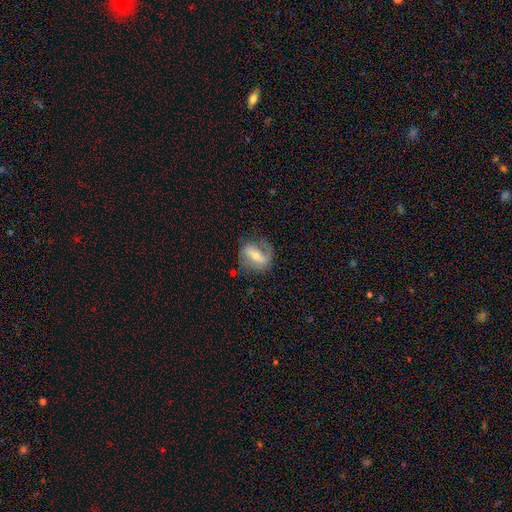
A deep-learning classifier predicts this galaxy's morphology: Q: Smooth or featured?
A: featured or disk (68%); runner-up: smooth (24%)
Q: Edge-on disk?
A: no (90%); runner-up: yes (10%)
Q: Bar?
A: strong (59%); runner-up: weak (27%)
Q: Spiral arms?
A: yes (75%); runner-up: no (25%)
Q: Bulge size?
A: moderate (50%); runner-up: small (43%)
Q: Merging?
A: none (66%); runner-up: minor disturbance (20%)